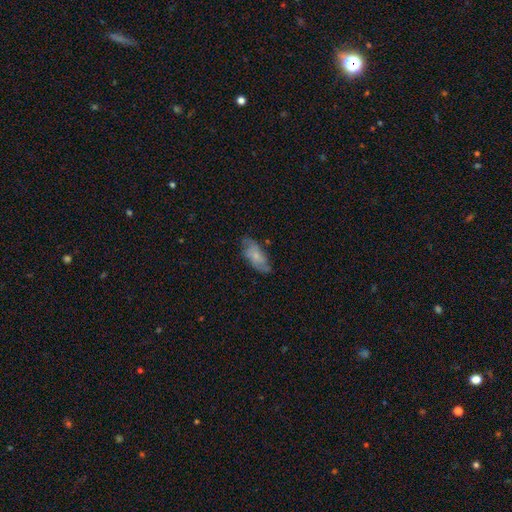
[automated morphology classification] This appears to be a smooth galaxy with no disk features (53%) that is in between round and cigar-shaped (84%). Merging: none (67%).